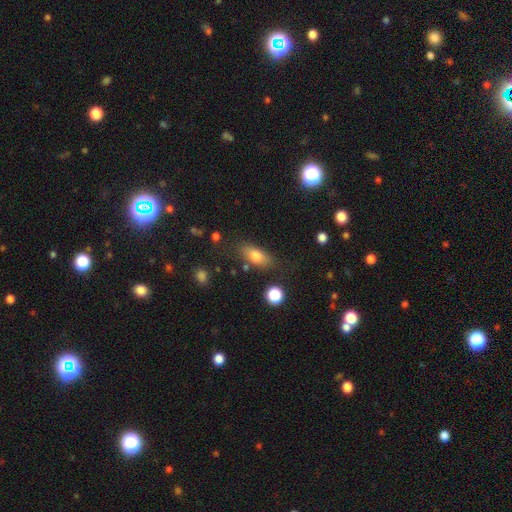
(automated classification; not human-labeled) Smooth or featured? smooth (75%)
How rounded? in between (79%)
Merging? none (73%)